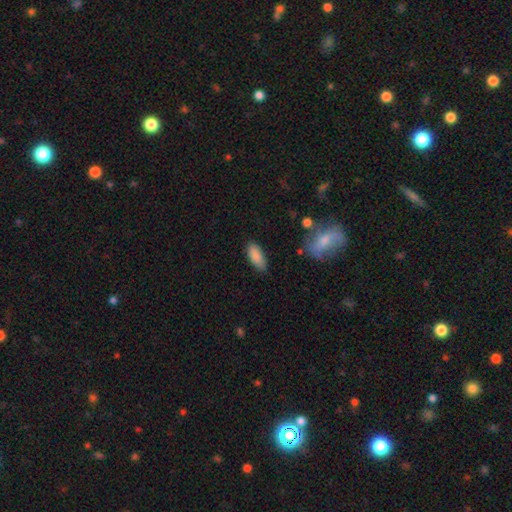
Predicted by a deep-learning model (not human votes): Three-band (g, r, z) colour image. It shows a smooth galaxy with no disk features (87%) that is in between round and cigar-shaped (82%). Merging: none (82%).